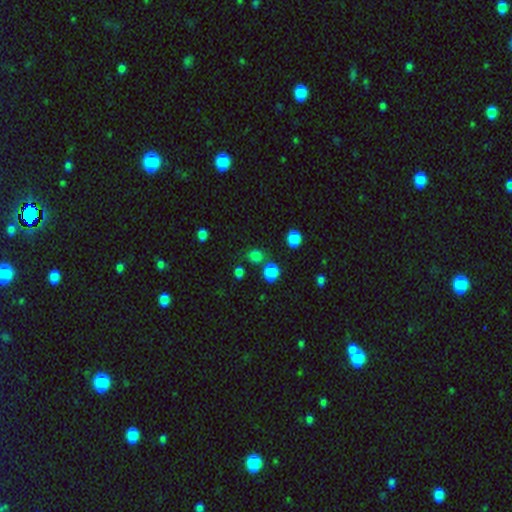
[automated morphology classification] The model was most divided on "how rounded": round: 62%, in between: 37%, cigar-shaped: 1%. More confident: smooth or featured — smooth (80%); merging — none (67%).